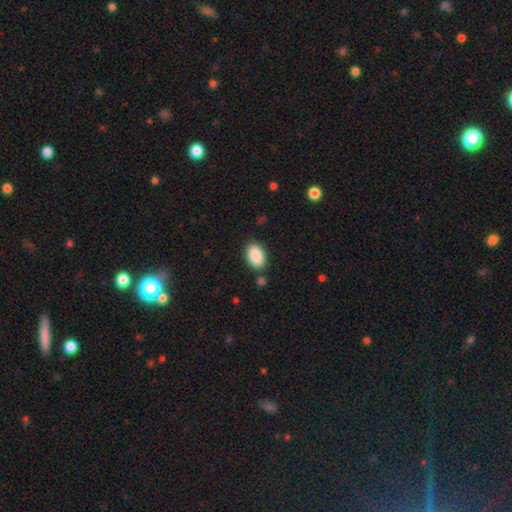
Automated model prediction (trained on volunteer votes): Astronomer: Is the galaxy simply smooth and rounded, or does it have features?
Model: smooth — 89%.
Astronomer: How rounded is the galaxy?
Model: in between — 90%.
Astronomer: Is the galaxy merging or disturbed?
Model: none — 84%.